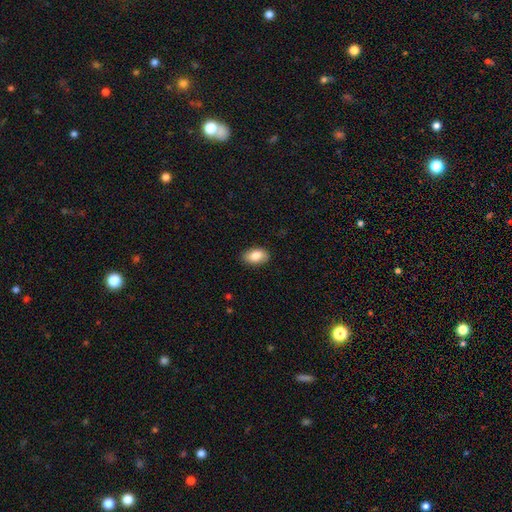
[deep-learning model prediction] This appears to be a smooth galaxy with no disk features (85%) that is in between round and cigar-shaped (91%). Merging: none (86%).